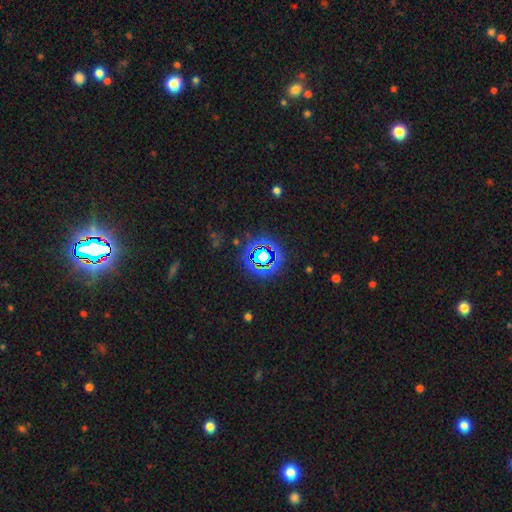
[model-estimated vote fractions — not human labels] Morphology: type=star or artifact (76%).